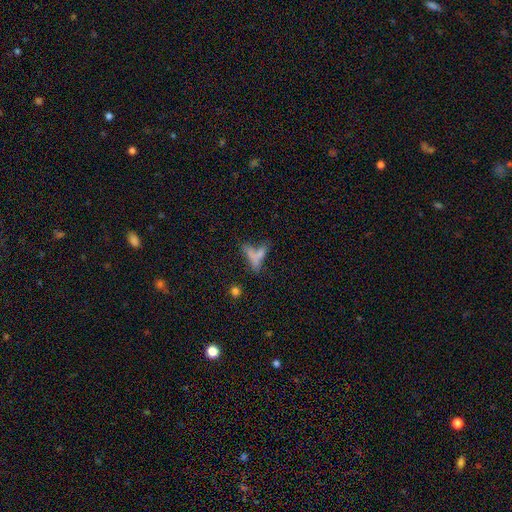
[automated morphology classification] Smooth or featured? smooth (64%)
How rounded? cigar-shaped (54%)
Merging? merger (40%)